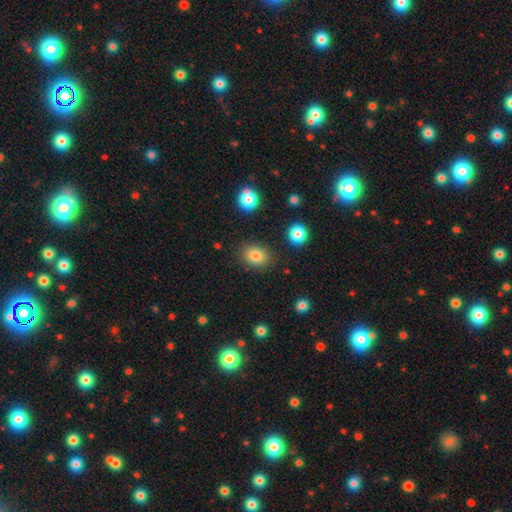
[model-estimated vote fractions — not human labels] smooth_or_featured: smooth (p=0.83) [alt: star or artifact p=0.10]
how_rounded: in between (p=0.58) [alt: round p=0.41]
merging: none (p=0.83) [alt: minor disturbance p=0.10]